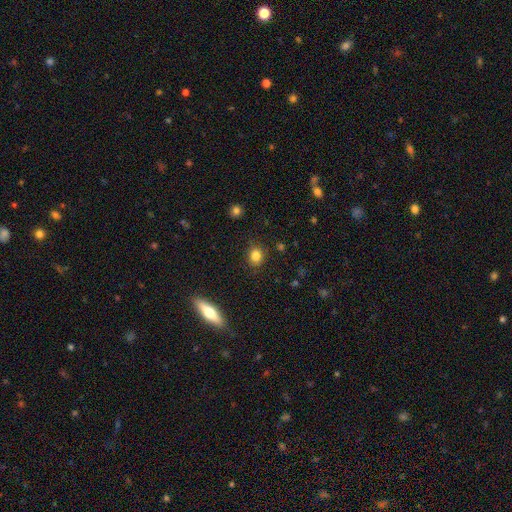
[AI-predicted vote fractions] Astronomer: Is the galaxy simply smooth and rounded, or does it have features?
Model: smooth — 82%.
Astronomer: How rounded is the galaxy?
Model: round — 69%.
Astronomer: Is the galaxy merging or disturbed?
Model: none — 86%.